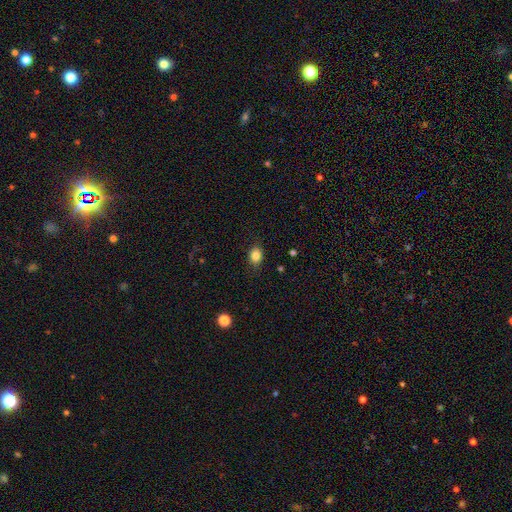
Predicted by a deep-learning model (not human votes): The model was most divided on "how rounded": in between: 54%, round: 45%, cigar-shaped: 1%. More confident: merging — none (84%); smooth or featured — smooth (84%).